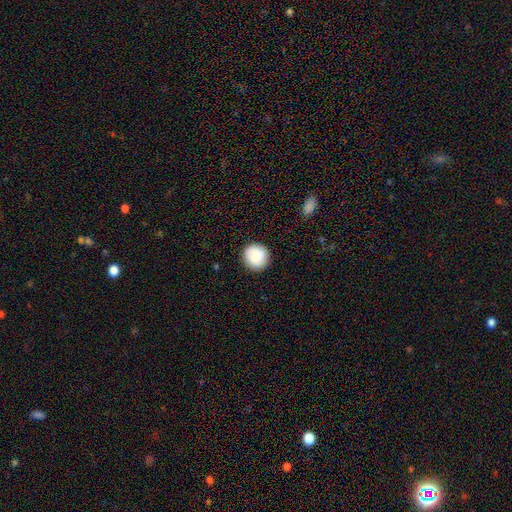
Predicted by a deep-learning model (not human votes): A smooth galaxy with no disk features (89%) that is round (93%). Merging: none (91%).